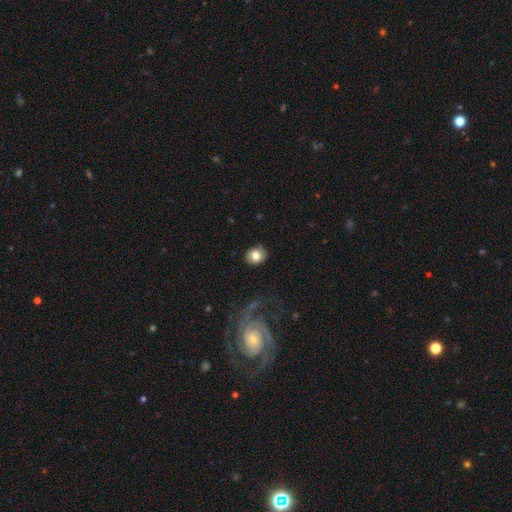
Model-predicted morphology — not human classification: type=smooth (77%); roundness=round (68%); merging=none (87%).